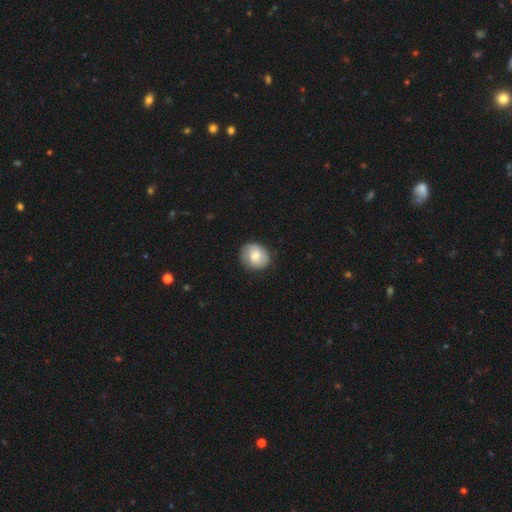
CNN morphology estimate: type=smooth (65%); roundness=round (74%); merging=none (78%).